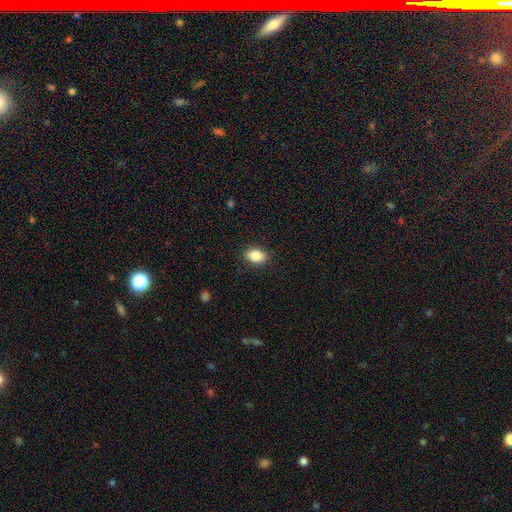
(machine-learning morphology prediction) Smooth or featured? Predicted: smooth (p=0.84). How rounded? Predicted: in between (p=0.84). Merging? Predicted: none (p=0.88).